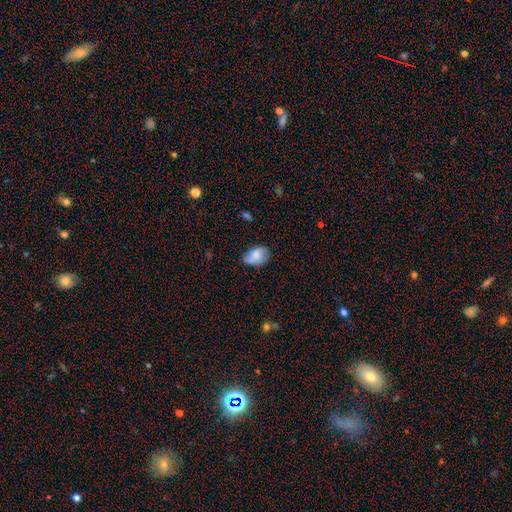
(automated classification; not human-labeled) Morphology: type=smooth (68%); roundness=in between (80%); merging=none (47%).